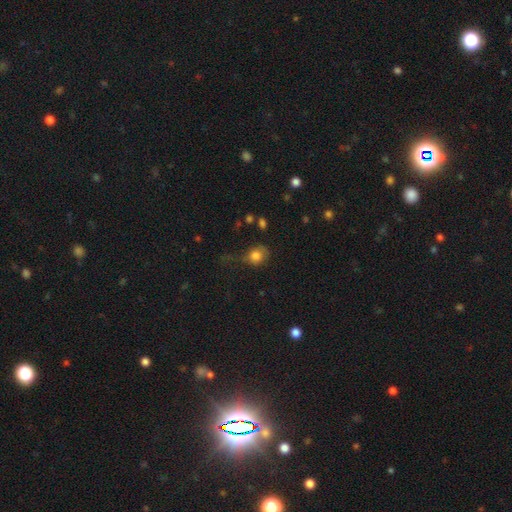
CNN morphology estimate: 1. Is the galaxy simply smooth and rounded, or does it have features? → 80% smooth, 10% star or artifact, 10% featured or disk.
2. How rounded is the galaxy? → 69% round, 29% in between, 1% cigar-shaped.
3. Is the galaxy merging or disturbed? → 42% none, 27% major disturbance, 27% minor disturbance, 4% merger.